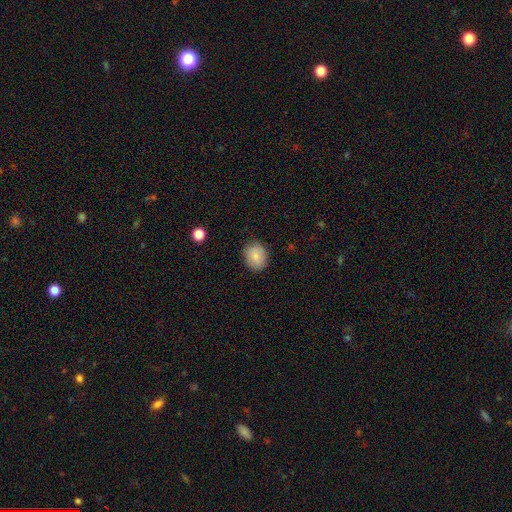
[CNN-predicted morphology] Overall: smooth (83%). How rounded: round (61%; in between 38%). Merging: none (84%).